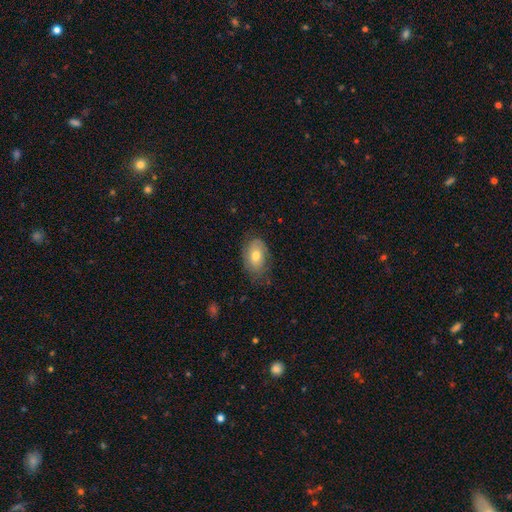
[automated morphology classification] Q: Smooth or featured?
A: smooth (70%); runner-up: featured or disk (23%)
Q: How rounded?
A: in between (87%); runner-up: round (12%)
Q: Merging?
A: none (70%); runner-up: minor disturbance (23%)